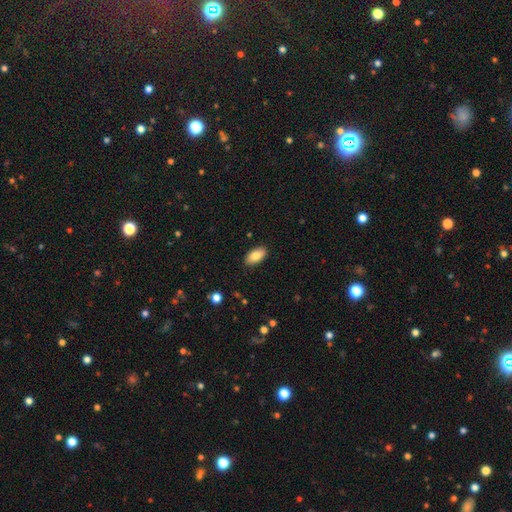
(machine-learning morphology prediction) This appears to be a smooth galaxy with no disk features (84%) that is in between round and cigar-shaped (93%). Merging: none (88%).